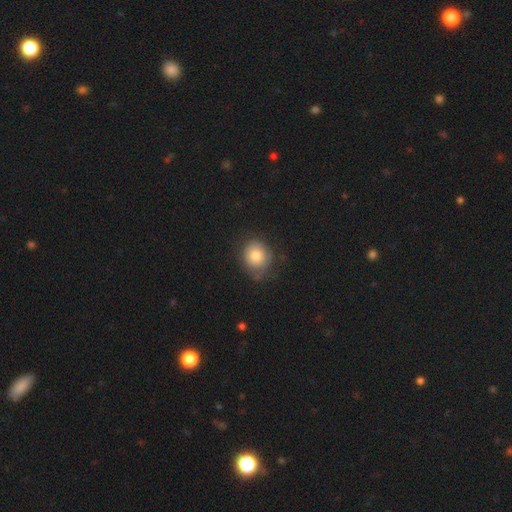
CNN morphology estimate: smooth 76%, featured or disk 16%, star or artifact 9%. Down the decision tree: how rounded — round (79%); merging — none (65%).